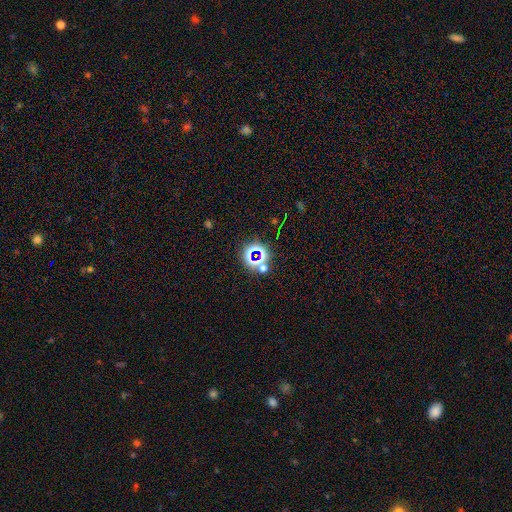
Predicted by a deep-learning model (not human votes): This is likely a star or artifact rather than a galaxy (67%).